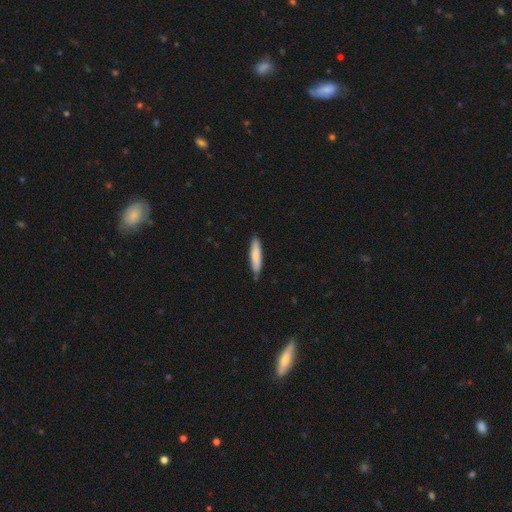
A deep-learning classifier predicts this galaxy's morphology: Overall: smooth (80%). How rounded: cigar-shaped (82%). Merging: none (83%).